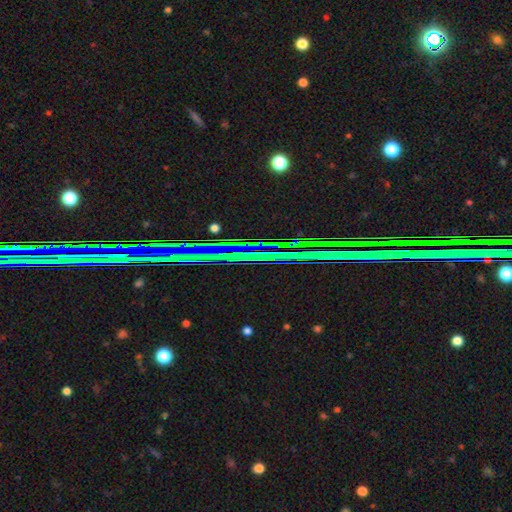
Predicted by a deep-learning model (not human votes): star or artifact 81%, featured or disk 11%, smooth 7%.